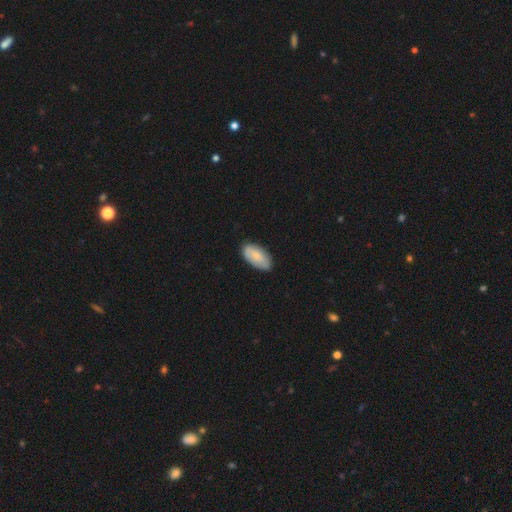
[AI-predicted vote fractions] Smooth or featured? Predicted: smooth (p=0.77). How rounded? Predicted: in between (p=0.95). Merging? Predicted: none (p=0.80).